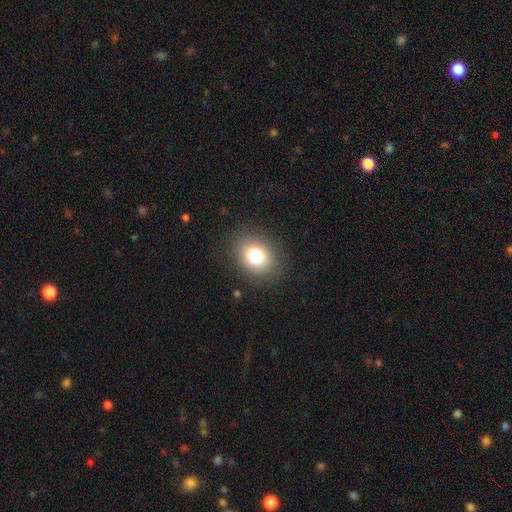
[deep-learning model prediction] A smooth galaxy with no disk features (80%) that is round (50%). Merging: none (86%).